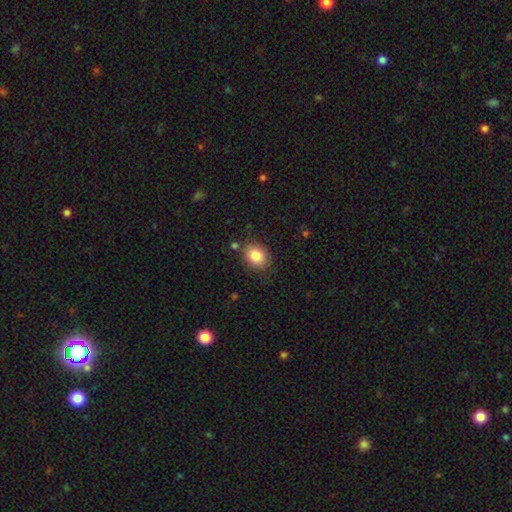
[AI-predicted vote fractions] Smooth or featured? smooth (84%)
How rounded? in between (52%)
Merging? none (80%)